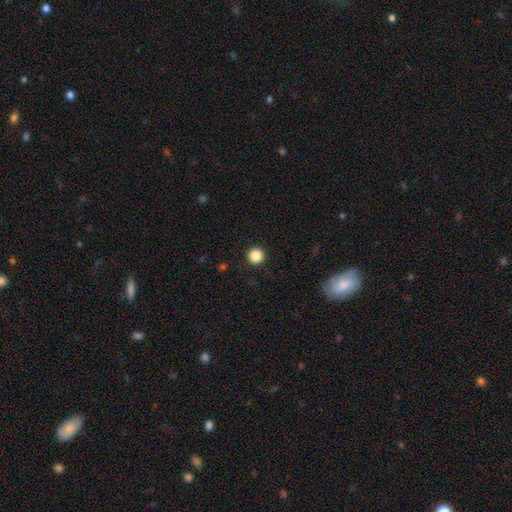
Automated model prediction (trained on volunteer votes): smooth-or-featured: smooth: 87% | star or artifact: 10% | featured or disk: 3%
  how-rounded: round: 96% | in between: 3% | cigar-shaped: 1%
  merging: none: 93% | minor disturbance: 4% | major disturbance: 2% | merger: 1%